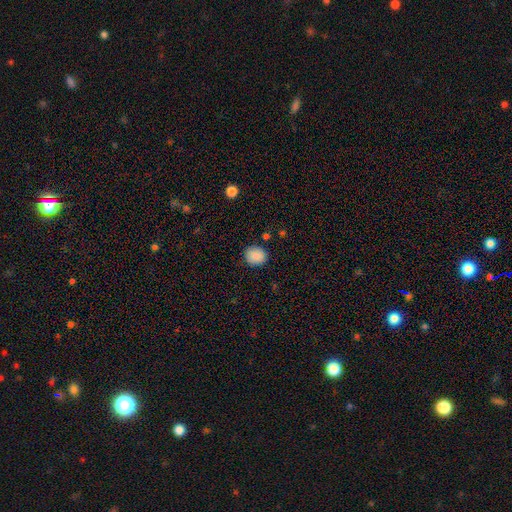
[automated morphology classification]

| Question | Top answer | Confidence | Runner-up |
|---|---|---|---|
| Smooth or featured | smooth | 88% | star or artifact (8%) |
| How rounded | round | 74% | in between (25%) |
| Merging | none | 87% | minor disturbance (9%) |